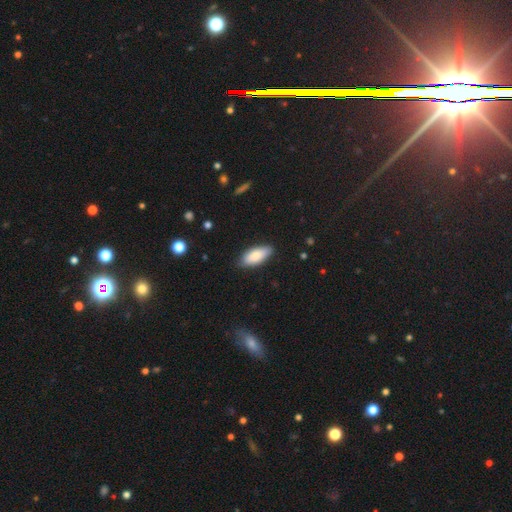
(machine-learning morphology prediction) This appears to be a smooth galaxy with no disk features (81%) that is in between round and cigar-shaped (84%). Merging: none (84%).